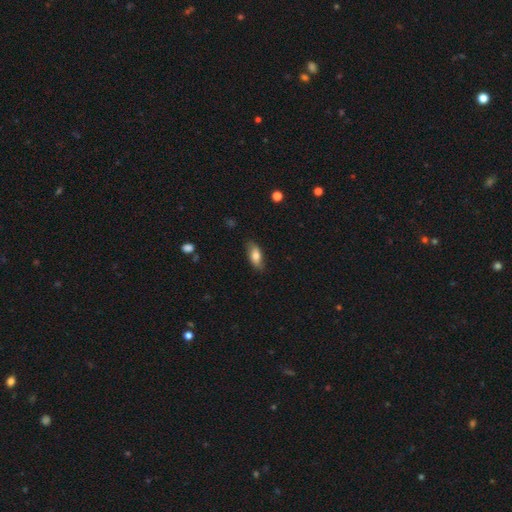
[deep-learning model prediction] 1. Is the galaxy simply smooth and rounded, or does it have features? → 75% smooth, 18% featured or disk, 7% star or artifact.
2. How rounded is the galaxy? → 83% in between, 13% cigar-shaped, 3% round.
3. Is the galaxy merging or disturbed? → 81% none, 15% minor disturbance, 3% major disturbance, 1% merger.